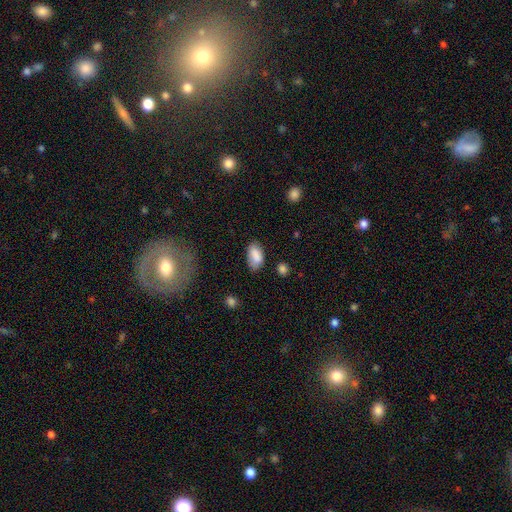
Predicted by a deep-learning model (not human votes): Smooth or featured? Predicted: smooth (p=0.85). How rounded? Predicted: in between (p=0.93). Merging? Predicted: none (p=0.68).